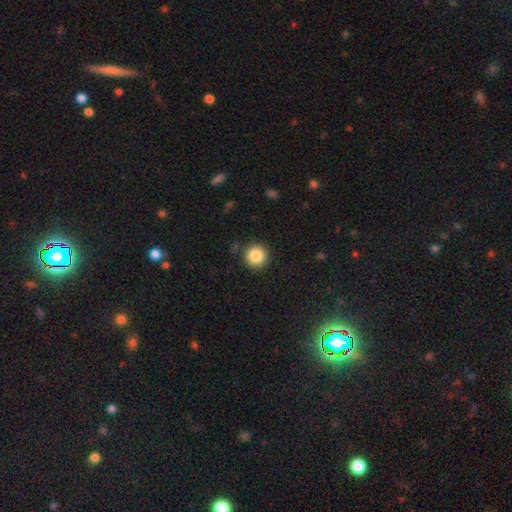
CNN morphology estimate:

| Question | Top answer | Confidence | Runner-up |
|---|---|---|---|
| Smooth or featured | smooth | 86% | star or artifact (9%) |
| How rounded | round | 95% | in between (4%) |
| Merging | none | 90% | minor disturbance (6%) |